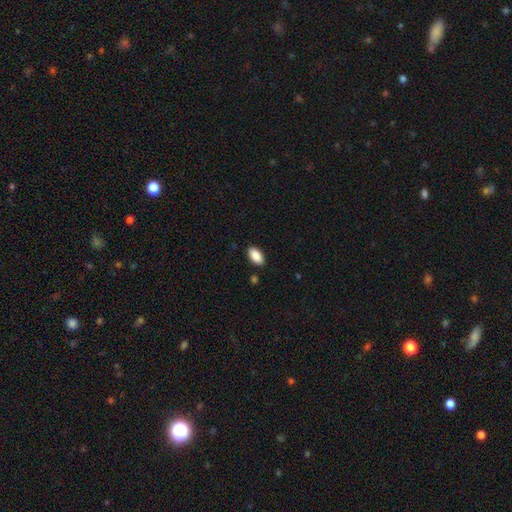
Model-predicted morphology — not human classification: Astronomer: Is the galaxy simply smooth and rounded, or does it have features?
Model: smooth — 89%.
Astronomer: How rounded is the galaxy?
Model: in between — 94%.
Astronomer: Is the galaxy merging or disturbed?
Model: none — 88%.